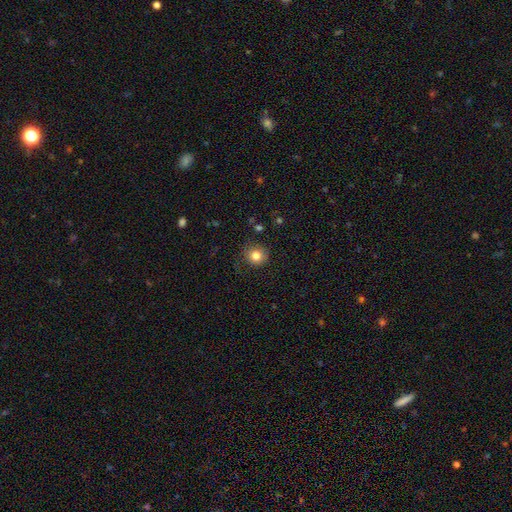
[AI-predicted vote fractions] Overall: smooth (81%). How rounded: round (92%). Merging: none (83%).